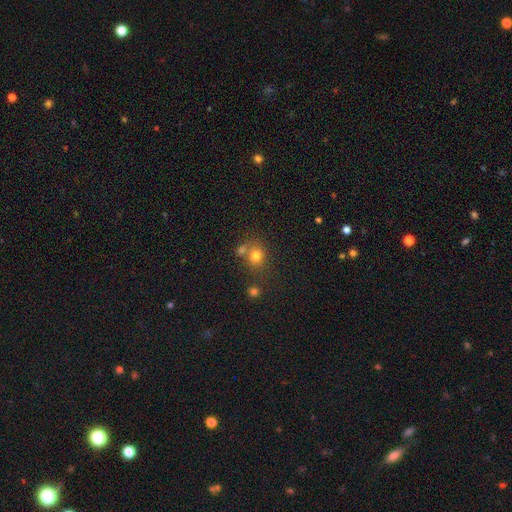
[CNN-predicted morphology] Smooth or featured? Predicted: smooth (p=0.76). How rounded? Predicted: round (p=0.77). Merging? Predicted: none (p=0.57).